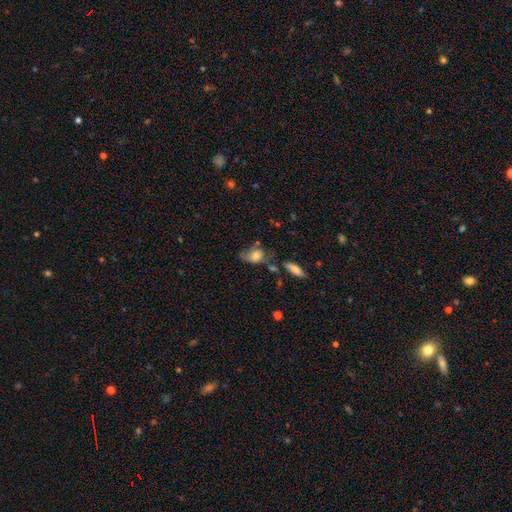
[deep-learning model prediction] smooth 65%, featured or disk 27%, star or artifact 9%. Down the decision tree: how rounded — in between (71%); merging — none (38%).